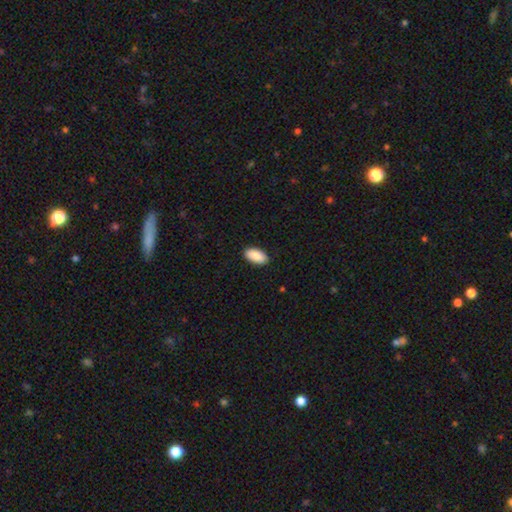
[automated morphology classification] Smooth or featured? smooth (90%)
How rounded? in between (94%)
Merging? none (90%)